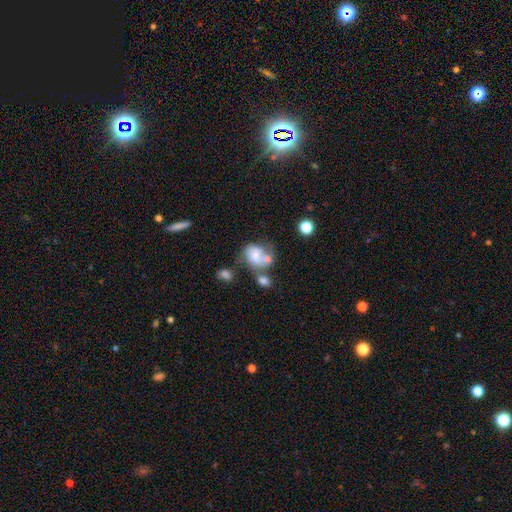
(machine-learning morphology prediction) The model was most divided on "how rounded": in between: 56%, round: 43%, cigar-shaped: 1%. Remaining: smooth or featured — smooth (52%); merging — merger (41%).